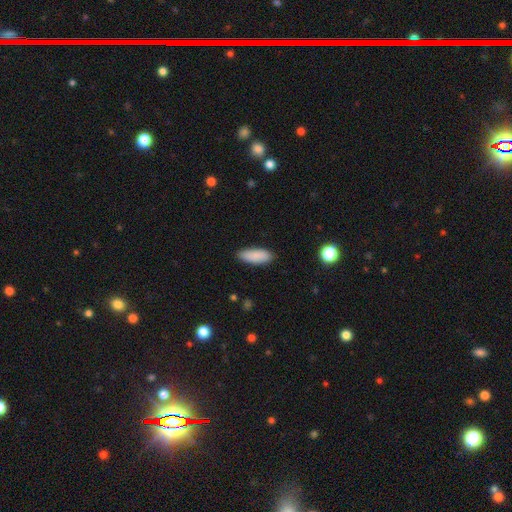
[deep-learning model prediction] Morphology: type=smooth (89%); roundness=in between (72%); merging=none (87%).